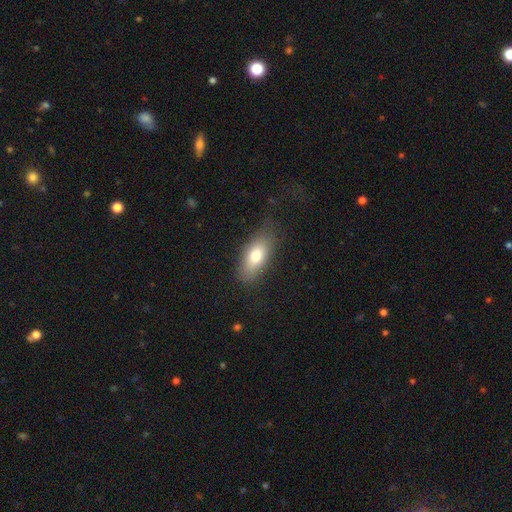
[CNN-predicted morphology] Overall: smooth (75%). How rounded: in between (86%). Merging: none (76%).